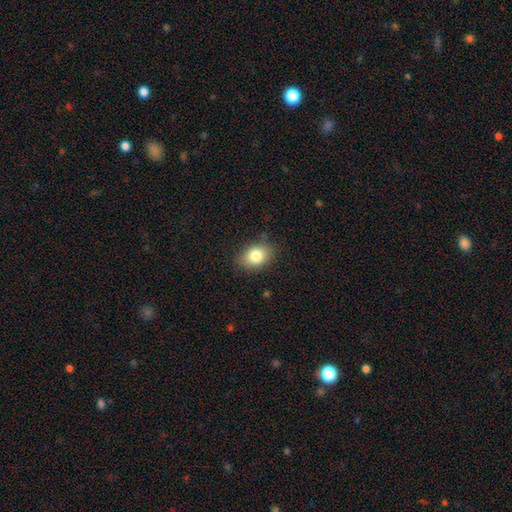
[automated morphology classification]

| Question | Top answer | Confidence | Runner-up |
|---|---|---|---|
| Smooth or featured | smooth | 82% | featured or disk (9%) |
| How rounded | in between | 71% | round (28%) |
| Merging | none | 83% | minor disturbance (13%) |